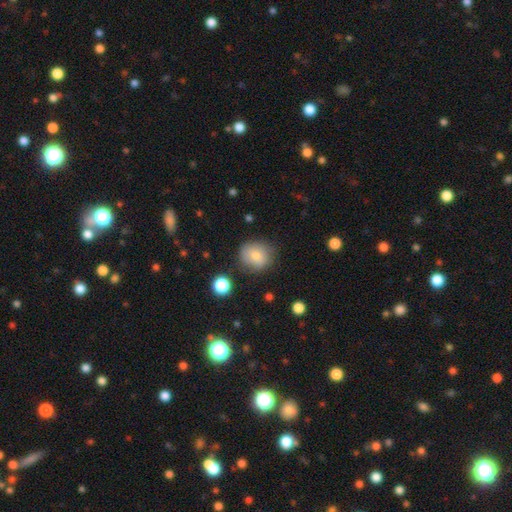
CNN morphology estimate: smooth-or-featured: smooth: 77% | featured or disk: 14% | star or artifact: 9%
  how-rounded: round: 80% | in between: 19% | cigar-shaped: 1%
  merging: none: 75% | minor disturbance: 17% | major disturbance: 5% | merger: 2%